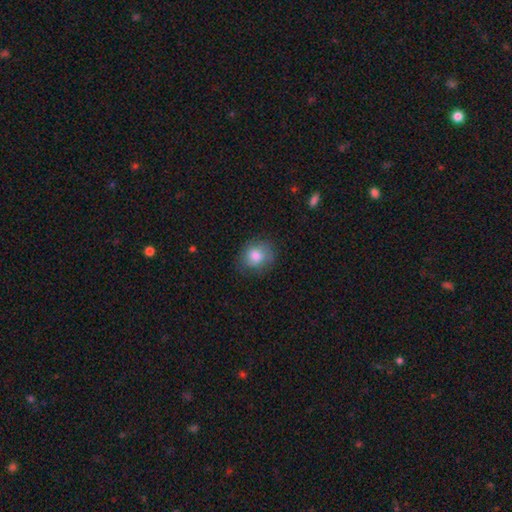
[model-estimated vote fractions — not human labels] A smooth galaxy with no disk features (79%) that is round (68%). Merging: none (77%).